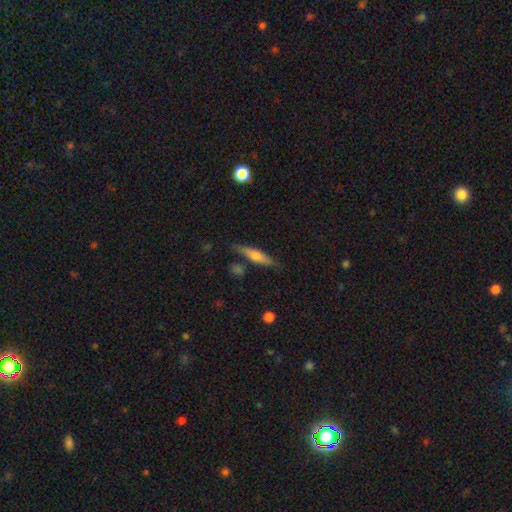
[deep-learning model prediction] smooth 54%, featured or disk 39%, star or artifact 6%. Down the decision tree: how rounded — cigar-shaped (78%); merging — none (77%).